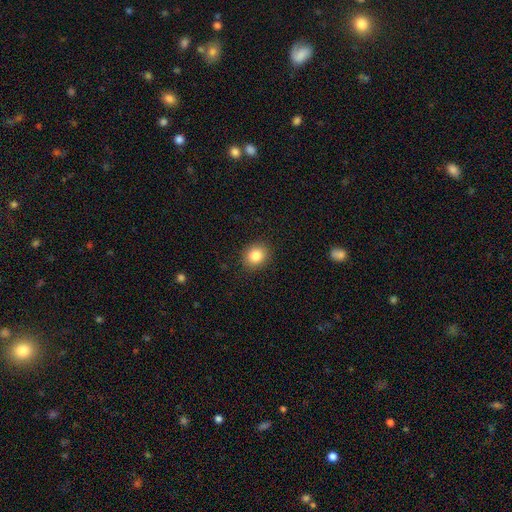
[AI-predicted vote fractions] smooth_or_featured: smooth (p=0.85) [alt: star or artifact p=0.10]
how_rounded: round (p=0.66) [alt: in between p=0.33]
merging: none (p=0.89) [alt: minor disturbance p=0.07]